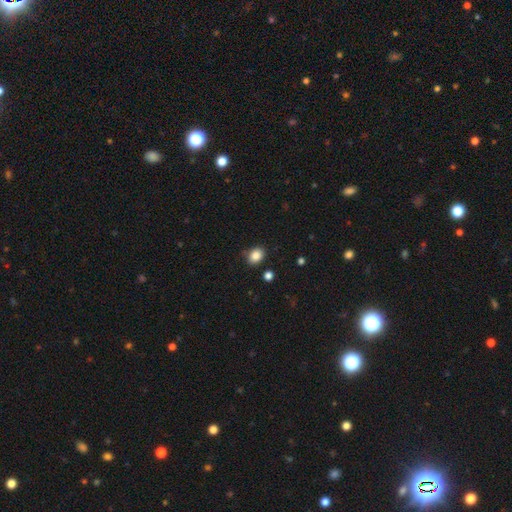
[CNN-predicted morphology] Smooth or featured: smooth — 85% (star or artifact — 10%)
How rounded: in between — 54% (round — 45%)
Merging: none — 83% (minor disturbance — 12%)